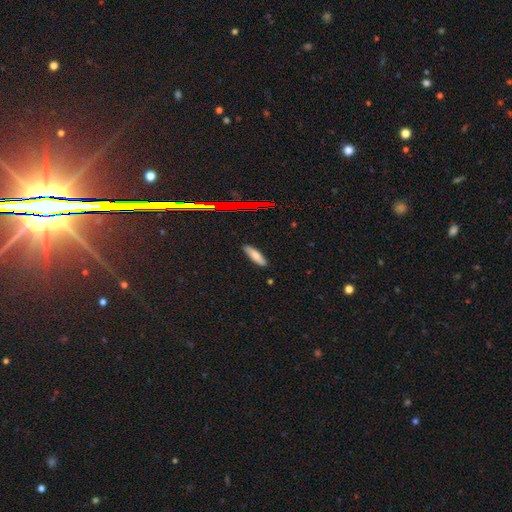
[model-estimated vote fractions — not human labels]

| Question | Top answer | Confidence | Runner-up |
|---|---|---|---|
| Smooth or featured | smooth | 77% | featured or disk (13%) |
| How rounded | cigar-shaped | 56% | in between (42%) |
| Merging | none | 86% | minor disturbance (11%) |